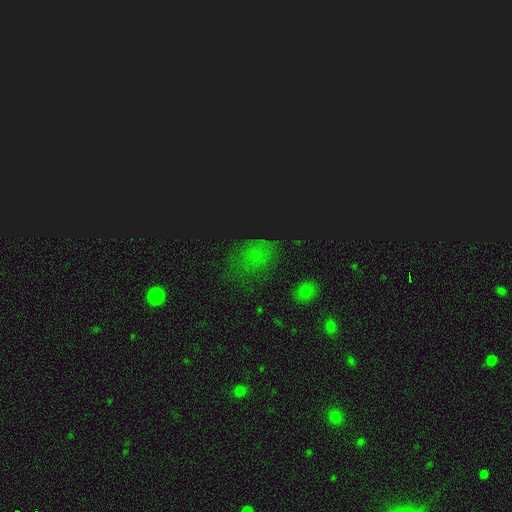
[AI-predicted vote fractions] Smooth or featured? Predicted: star or artifact (p=0.47).